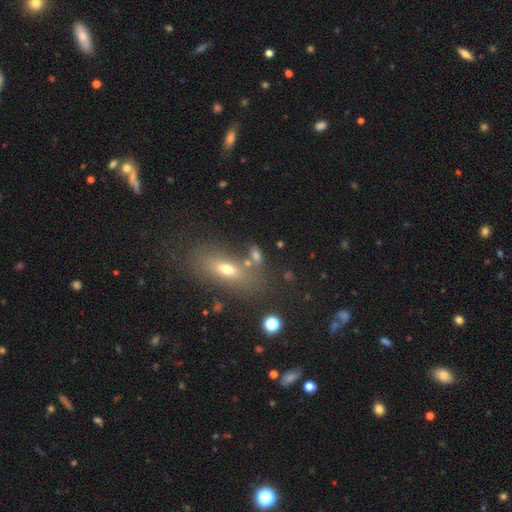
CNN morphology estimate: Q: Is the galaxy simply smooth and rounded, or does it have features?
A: smooth — 62%.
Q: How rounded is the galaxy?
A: in between — 65%.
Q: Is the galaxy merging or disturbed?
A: none — 60%.